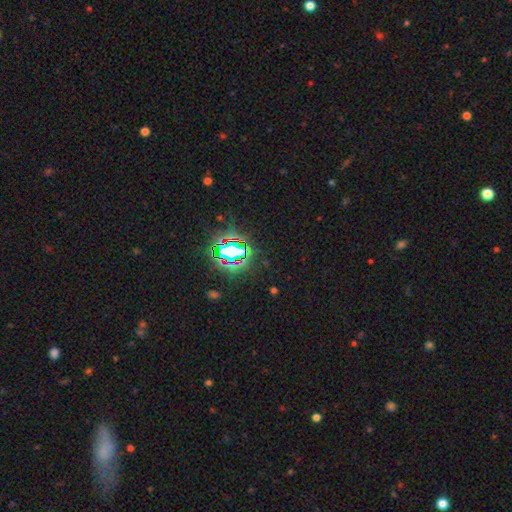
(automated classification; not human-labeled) A star or artifact, not a galaxy (83%).